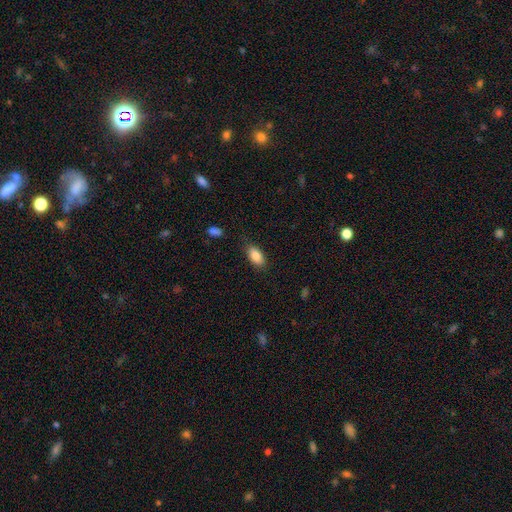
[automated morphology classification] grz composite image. It shows a smooth galaxy with no disk features (87%) that is in between round and cigar-shaped (90%). Merging: none (81%).